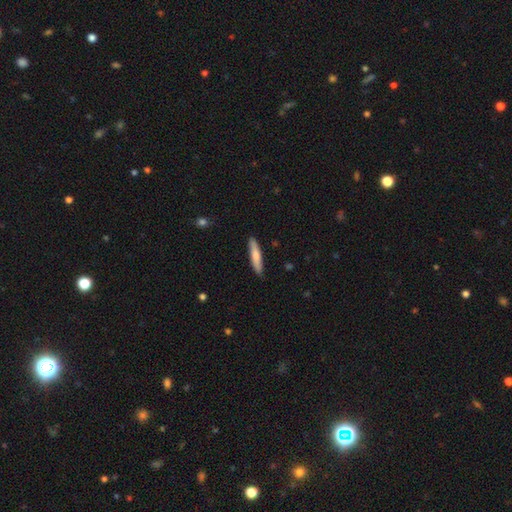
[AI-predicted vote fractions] This appears to be a smooth galaxy with no disk features (74%) that is cigar-shaped (87%). Merging: none (89%).